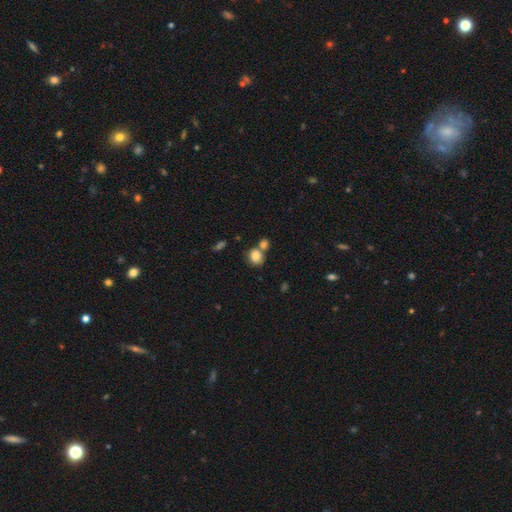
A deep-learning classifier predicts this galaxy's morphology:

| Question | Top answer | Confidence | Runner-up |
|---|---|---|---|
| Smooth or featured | smooth | 83% | star or artifact (9%) |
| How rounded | round | 66% | in between (33%) |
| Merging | none | 51% | merger (34%) |